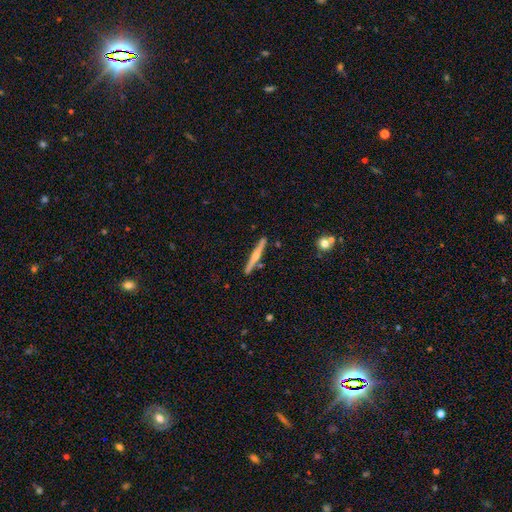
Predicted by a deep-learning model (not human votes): Smooth or featured: featured or disk — 61% (smooth — 33%)
Edge-on disk: yes — 97% (no — 3%)
Edge-on bulge: rounded — 81% (none — 14%)
Merging: none — 88% (minor disturbance — 8%)